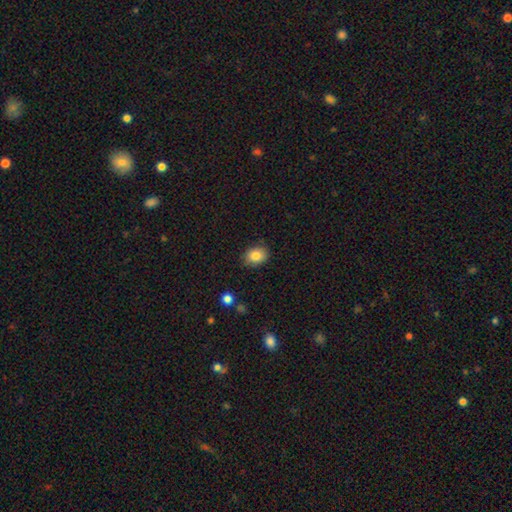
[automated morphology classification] A smooth galaxy with no disk features (84%) that is in between round and cigar-shaped (65%).

Vote fractions:
- Smooth or featured? smooth: 84% / star or artifact: 9% / featured or disk: 7%
- How rounded? in between: 65% / round: 34% / cigar-shaped: 1%
- Merging? none: 83% / minor disturbance: 13% / major disturbance: 2% / merger: 1%